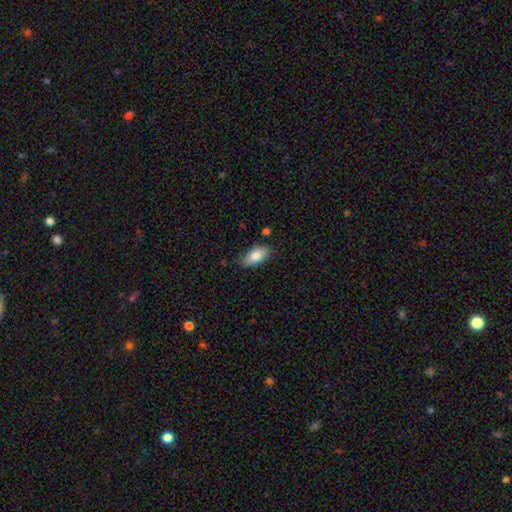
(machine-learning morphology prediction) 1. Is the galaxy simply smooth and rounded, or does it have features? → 81% smooth, 12% featured or disk, 7% star or artifact.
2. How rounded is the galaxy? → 91% in between, 5% cigar-shaped, 4% round.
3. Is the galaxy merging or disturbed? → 79% none, 16% minor disturbance, 3% major disturbance, 2% merger.